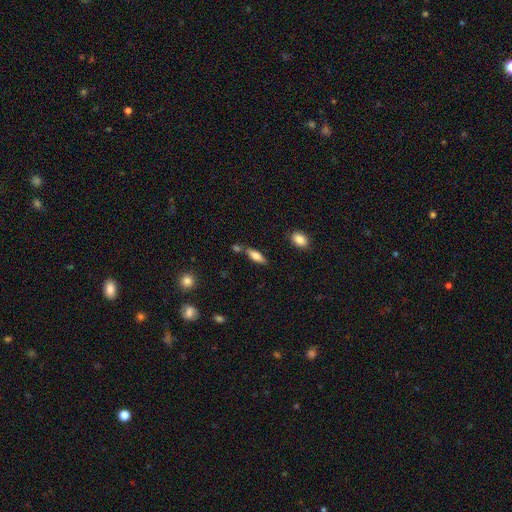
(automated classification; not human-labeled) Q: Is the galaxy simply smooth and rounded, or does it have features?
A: smooth — 66%.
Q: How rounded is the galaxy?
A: in between — 54%.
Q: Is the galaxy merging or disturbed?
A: none — 72%.